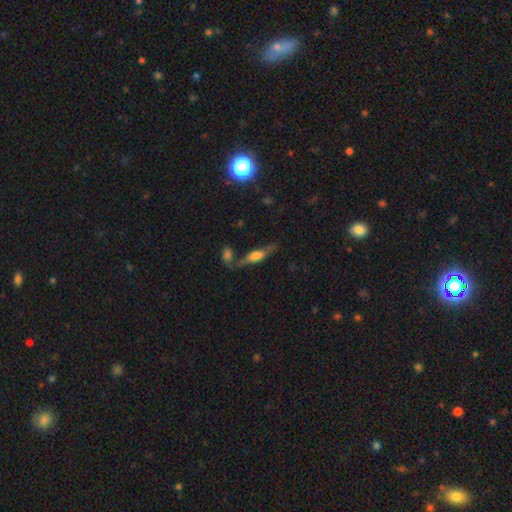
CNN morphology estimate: A featured or disk galaxy (62%) viewed edge-on (89%) with a rounded central bulge (83%). Merging: none (63%).